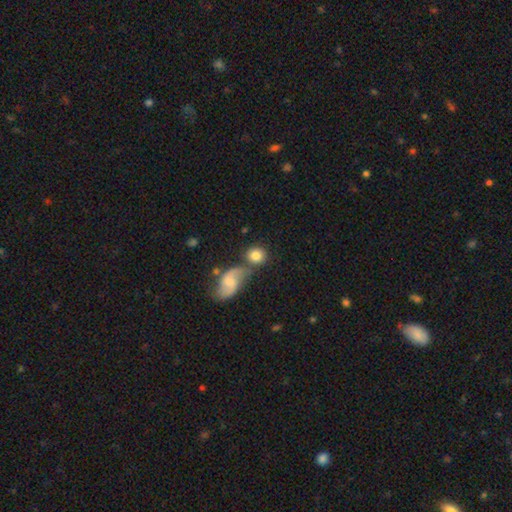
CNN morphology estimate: smooth-or-featured: smooth: 80% | featured or disk: 13% | star or artifact: 7%
  how-rounded: round: 80% | in between: 19% | cigar-shaped: 2%
  merging: none: 56% | merger: 29% | minor disturbance: 11% | major disturbance: 5%